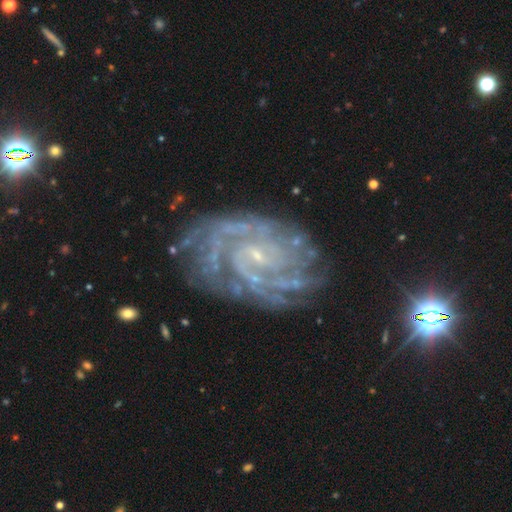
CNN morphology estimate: Q: Smooth or featured?
A: featured or disk (89%); runner-up: star or artifact (7%)
Q: Edge-on disk?
A: no (97%); runner-up: yes (3%)
Q: Bar?
A: no (56%); runner-up: weak (33%)
Q: Spiral arms?
A: yes (98%); runner-up: no (2%)
Q: Spiral winding?
A: tight (73%); runner-up: medium (23%)
Q: Spiral arm count?
A: can't tell (23%); runner-up: 2 (21%)
Q: Bulge size?
A: small (83%); runner-up: moderate (8%)
Q: Merging?
A: none (74%); runner-up: minor disturbance (17%)